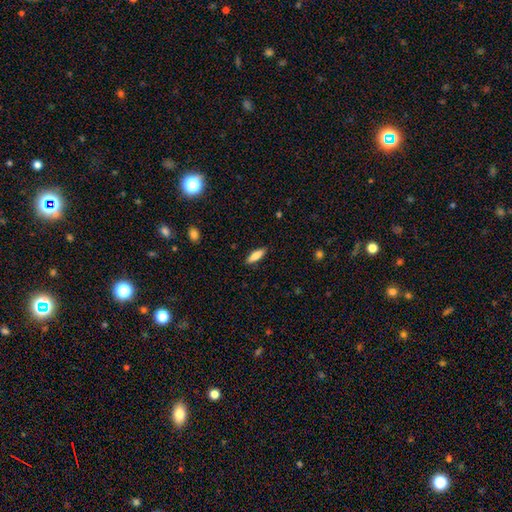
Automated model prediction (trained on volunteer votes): This is likely a smooth galaxy (79%). How rounded: possibly cigar-shaped (50%). Merging: clearly none (88%).